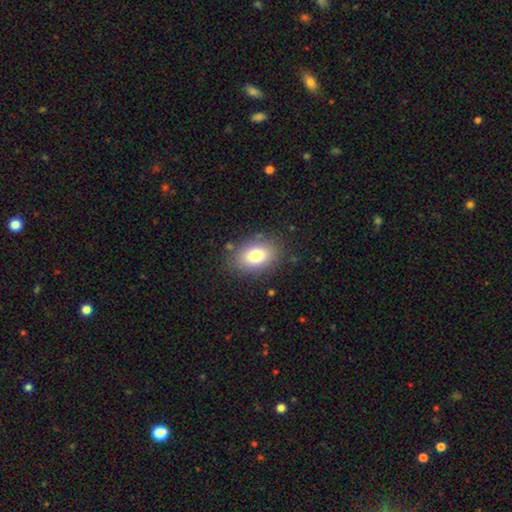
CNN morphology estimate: A smooth galaxy with no disk features (78%) that is in between round and cigar-shaped (79%).

Vote fractions:
- Smooth or featured? smooth: 78% / featured or disk: 12% / star or artifact: 10%
- How rounded? in between: 79% / round: 20% / cigar-shaped: 1%
- Merging? none: 83% / minor disturbance: 12% / major disturbance: 4% / merger: 2%